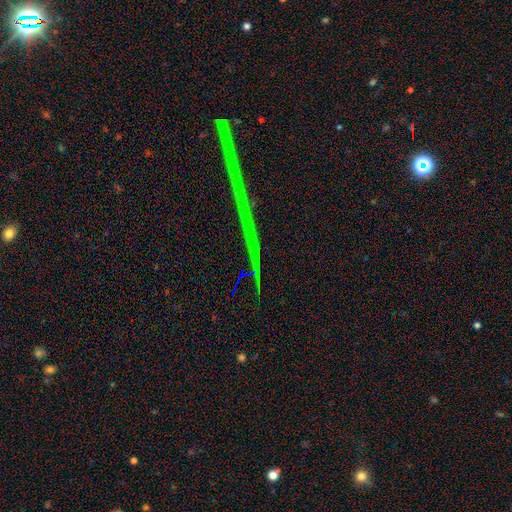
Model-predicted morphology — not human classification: star or artifact 64%, featured or disk 25%, smooth 12%.